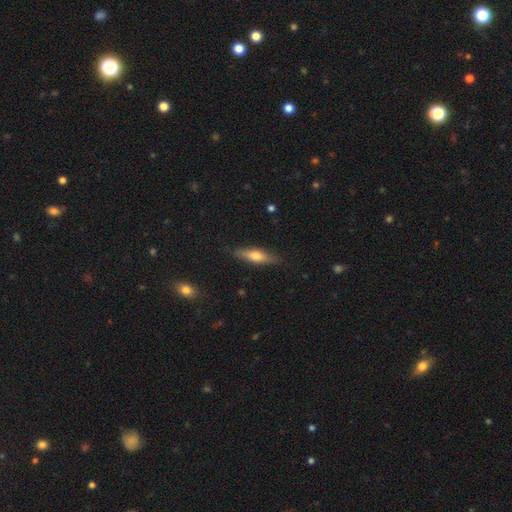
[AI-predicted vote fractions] Morphology: type=smooth (56%); roundness=cigar-shaped (65%); merging=none (85%).